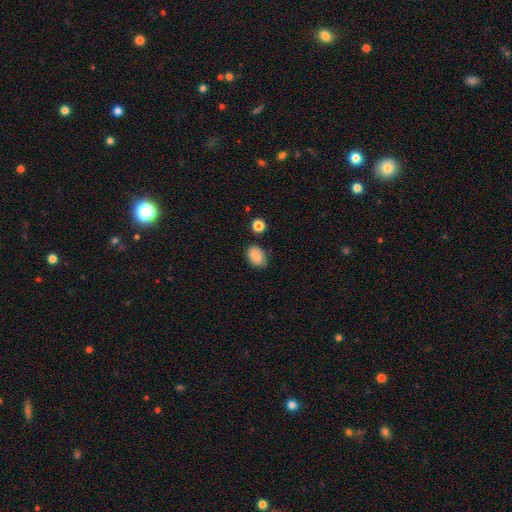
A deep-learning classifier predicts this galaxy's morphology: The model was most divided on "merging": none: 74%, minor disturbance: 19%, major disturbance: 4%, merger: 3%. More confident: smooth or featured — smooth (85%); how rounded — in between (84%).